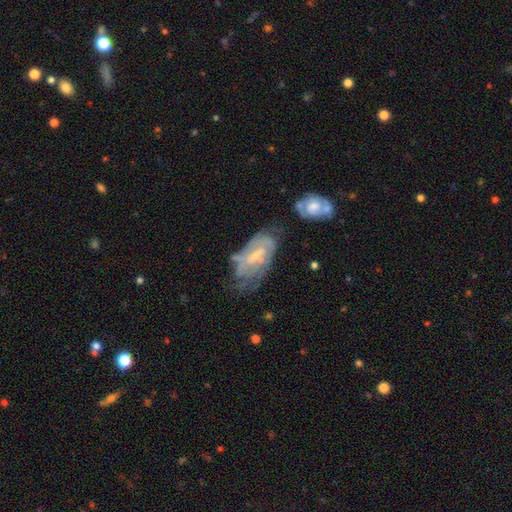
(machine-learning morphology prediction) Smooth or featured? Predicted: featured or disk (p=0.74). Edge-on disk? Predicted: no (p=0.95). Bar? Predicted: weak (p=0.52). Spiral arms? Predicted: yes (p=0.74). Spiral winding? Predicted: tight (p=0.48). Spiral arm count? Predicted: can't tell (p=0.51). Bulge size? Predicted: small (p=0.57). Merging? Predicted: none (p=0.42).